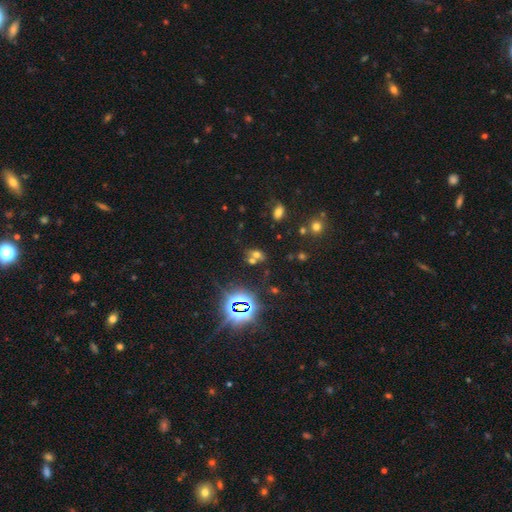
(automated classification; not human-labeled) Q: Smooth or featured?
A: smooth (44%); runner-up: star or artifact (43%)
Q: Merging?
A: none (45%); runner-up: merger (39%)